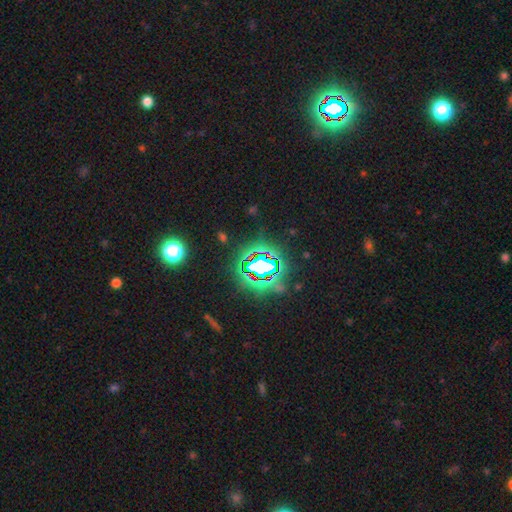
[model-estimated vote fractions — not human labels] Smooth or featured?
  - star or artifact: 75% *
  - smooth: 14%
  - featured or disk: 11%